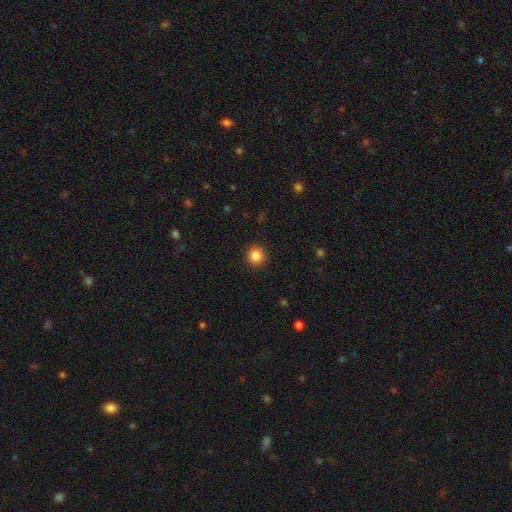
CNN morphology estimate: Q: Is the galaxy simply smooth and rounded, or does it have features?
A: smooth — 86%.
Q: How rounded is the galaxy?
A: round — 90%.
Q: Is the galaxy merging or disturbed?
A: none — 90%.